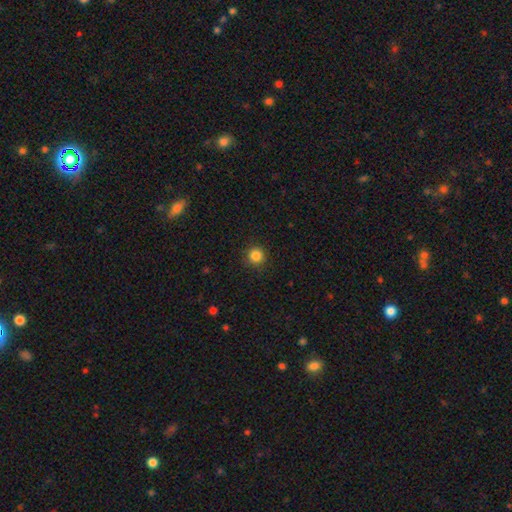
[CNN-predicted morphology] The model was most divided on "smooth or featured": smooth: 85%, star or artifact: 12%, featured or disk: 4%. More confident: how rounded — round (95%); merging — none (91%).